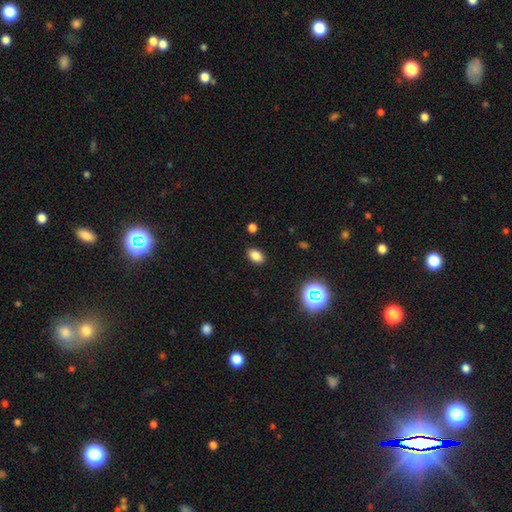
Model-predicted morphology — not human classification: The model was most divided on "smooth or featured": smooth: 81%, star or artifact: 13%, featured or disk: 5%. More confident: merging — none (88%); how rounded — in between (85%).